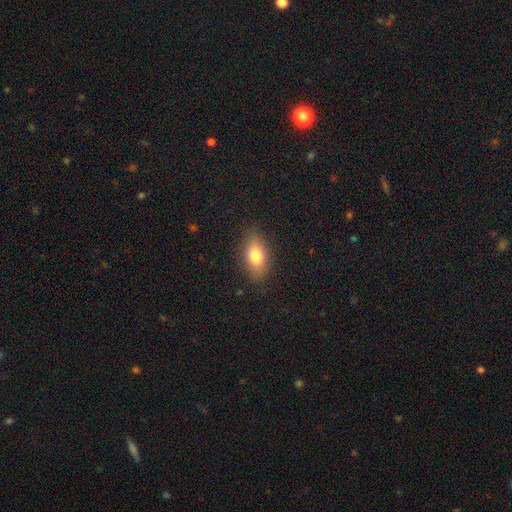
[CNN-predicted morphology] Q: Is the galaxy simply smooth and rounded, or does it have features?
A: smooth — 78%.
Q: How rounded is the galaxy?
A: in between — 85%.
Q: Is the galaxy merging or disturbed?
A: none — 85%.